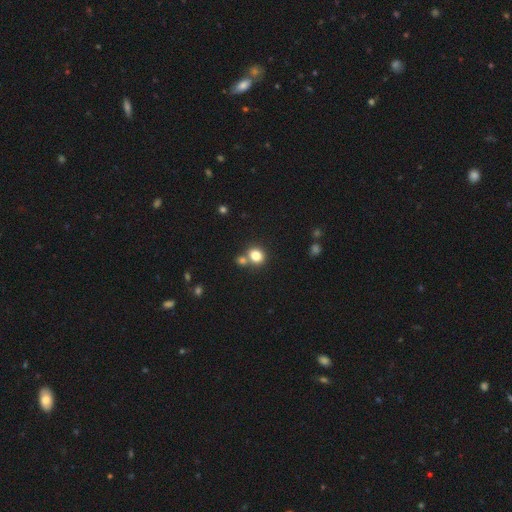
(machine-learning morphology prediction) smooth-or-featured: smooth: 81% | star or artifact: 11% | featured or disk: 7%
  how-rounded: round: 66% | in between: 33% | cigar-shaped: 1%
  merging: none: 59% | merger: 29% | minor disturbance: 9% | major disturbance: 3%